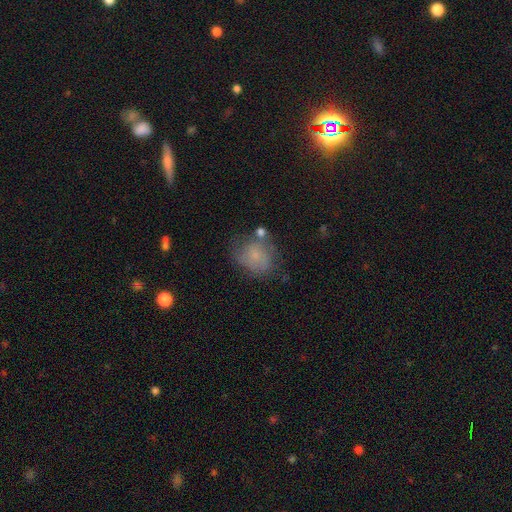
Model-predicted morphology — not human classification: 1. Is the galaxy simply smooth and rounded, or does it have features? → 62% smooth, 27% featured or disk, 11% star or artifact.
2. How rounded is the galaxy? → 64% round, 35% in between, 1% cigar-shaped.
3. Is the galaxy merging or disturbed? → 50% none, 26% minor disturbance, 15% major disturbance, 9% merger.